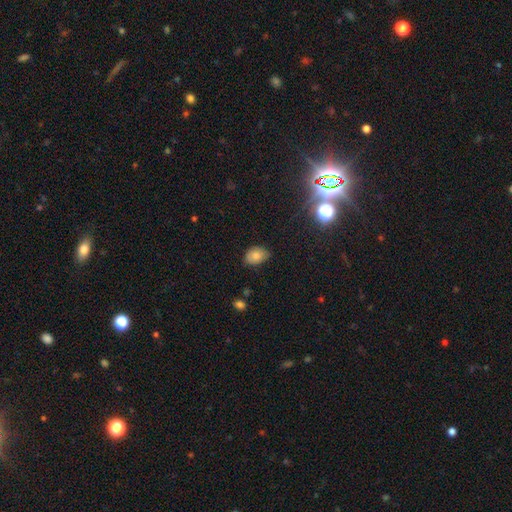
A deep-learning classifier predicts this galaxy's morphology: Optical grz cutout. It shows a smooth galaxy with no disk features (78%) that is in between round and cigar-shaped (79%). Merging: none (68%).